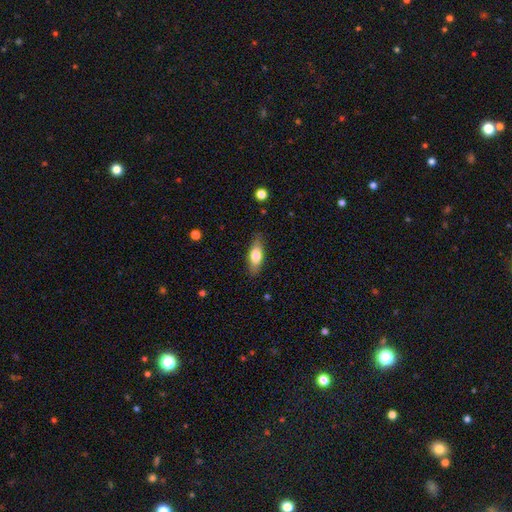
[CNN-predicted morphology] The model was most divided on "how rounded": in between: 73%, cigar-shaped: 24%, round: 3%. More confident: merging — none (83%); smooth or featured — smooth (73%).